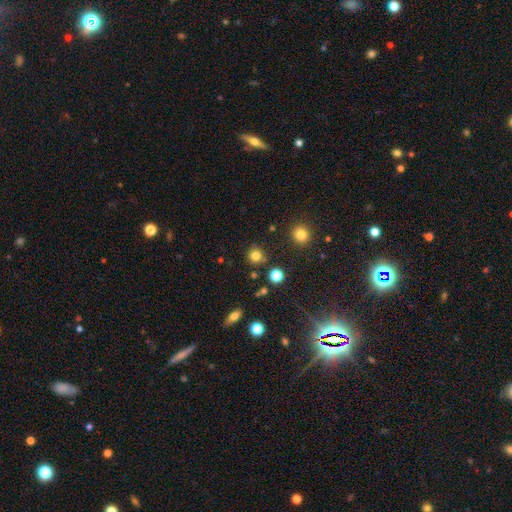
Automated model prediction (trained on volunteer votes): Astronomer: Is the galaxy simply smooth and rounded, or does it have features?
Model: smooth — 79%.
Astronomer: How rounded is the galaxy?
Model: round — 92%.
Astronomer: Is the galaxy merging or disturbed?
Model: none — 84%.